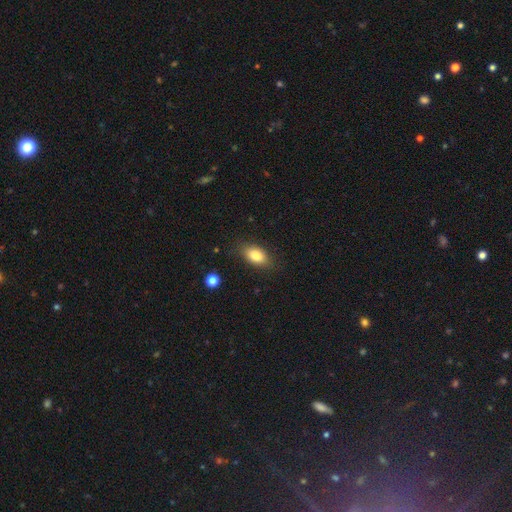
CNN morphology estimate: type=smooth (83%); roundness=in between (88%); merging=none (81%).